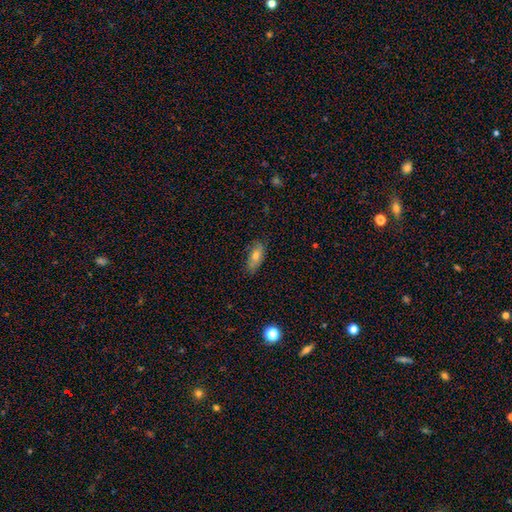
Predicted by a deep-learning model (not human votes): Smooth or featured? smooth (64%)
How rounded? in between (78%)
Merging? none (80%)